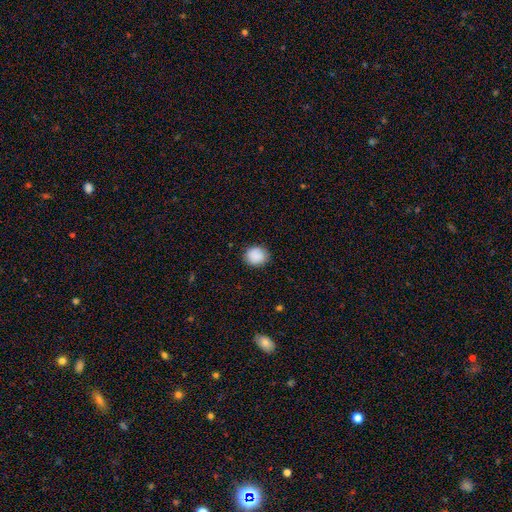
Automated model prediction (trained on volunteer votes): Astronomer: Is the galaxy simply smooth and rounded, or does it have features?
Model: smooth — 89%.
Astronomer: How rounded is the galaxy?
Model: round — 76%.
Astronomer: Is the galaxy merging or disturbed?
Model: none — 87%.